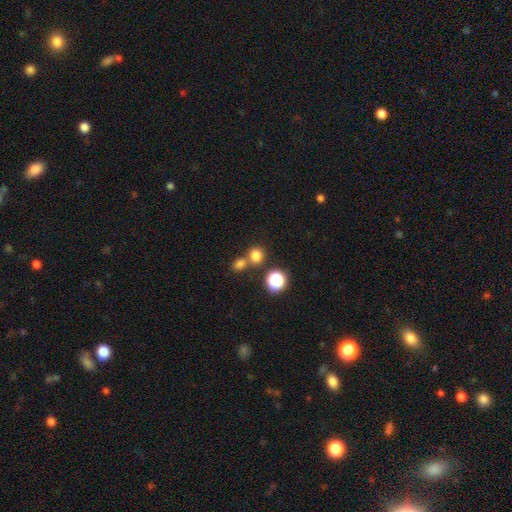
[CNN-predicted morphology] smooth_or_featured: smooth (p=0.77) [alt: star or artifact p=0.17]
how_rounded: round (p=0.80) [alt: in between p=0.19]
merging: none (p=0.57) [alt: merger p=0.32]